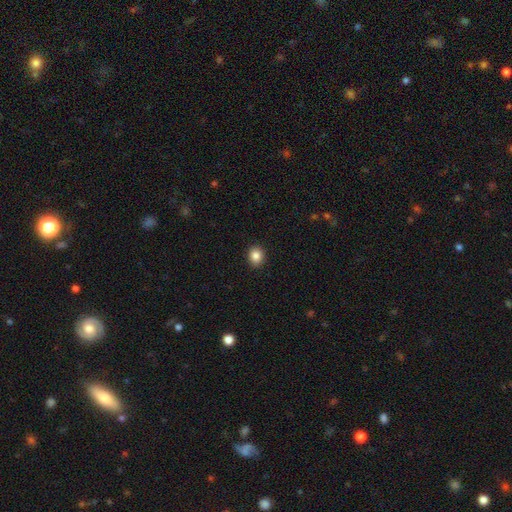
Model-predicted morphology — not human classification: type=smooth (85%); roundness=round (71%); merging=none (92%).